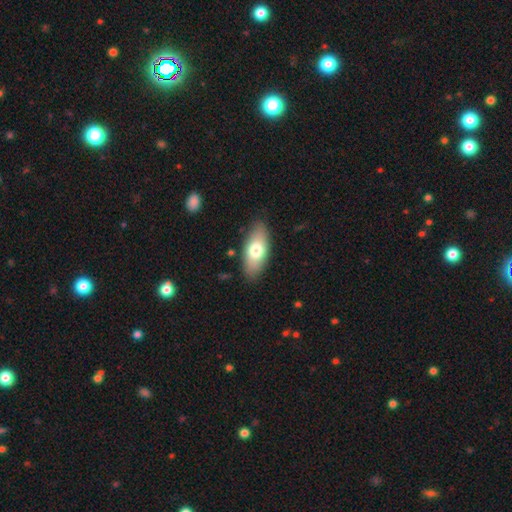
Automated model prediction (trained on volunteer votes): Smooth or featured?
  - smooth: 54% *
  - featured or disk: 30%
  - star or artifact: 16%
How rounded?
  - in between: 77% *
  - cigar-shaped: 17%
  - round: 6%
Merging?
  - none: 87% *
  - minor disturbance: 9%
  - major disturbance: 3%
  - merger: 1%